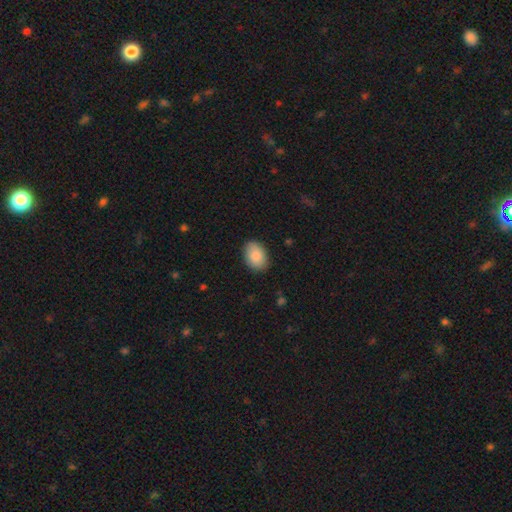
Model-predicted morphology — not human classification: Overall: smooth (88%). How rounded: in between (85%). Merging: none (85%).